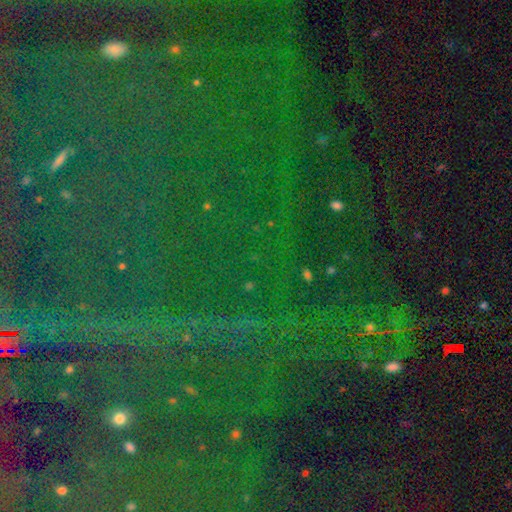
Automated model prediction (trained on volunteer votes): This is clearly a star or artifact rather than a galaxy (85%).